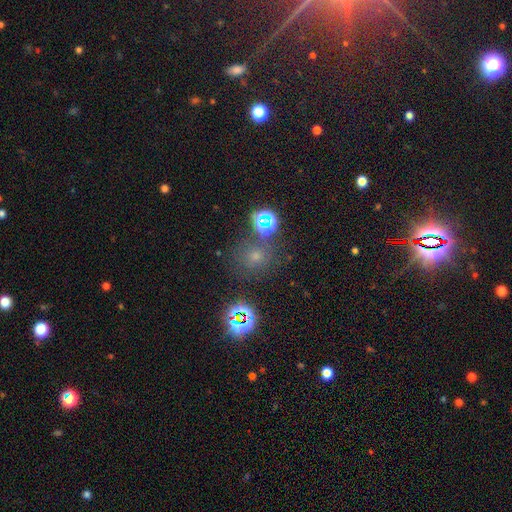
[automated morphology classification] smooth-or-featured: smooth: 54% | star or artifact: 37% | featured or disk: 9%
  how-rounded: round: 86% | in between: 13% | cigar-shaped: 1%
  merging: none: 74% | minor disturbance: 11% | merger: 9% | major disturbance: 5%